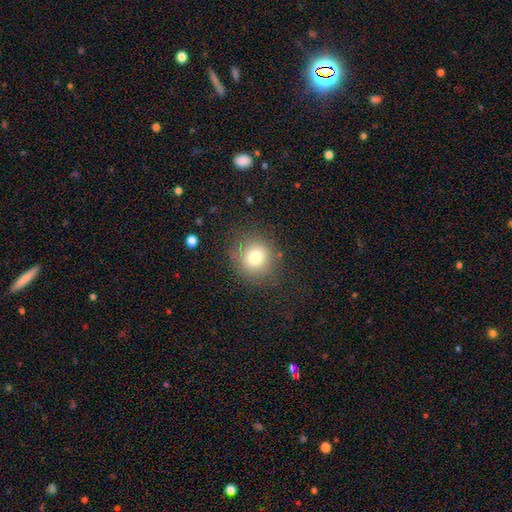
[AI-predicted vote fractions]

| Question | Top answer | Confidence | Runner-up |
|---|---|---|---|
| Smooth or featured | smooth | 77% | star or artifact (13%) |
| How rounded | round | 89% | in between (10%) |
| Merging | none | 84% | minor disturbance (10%) |